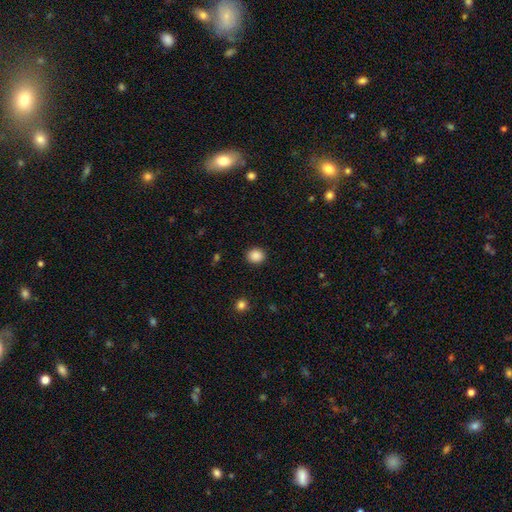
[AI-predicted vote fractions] Smooth or featured? smooth (88%)
How rounded? round (78%)
Merging? none (91%)